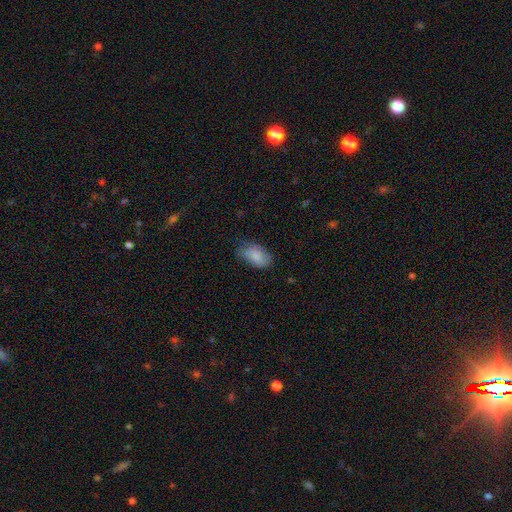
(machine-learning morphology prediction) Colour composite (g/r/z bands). It shows a smooth galaxy with no disk features (82%) that is in between round and cigar-shaped (93%). Merging: none (63%).